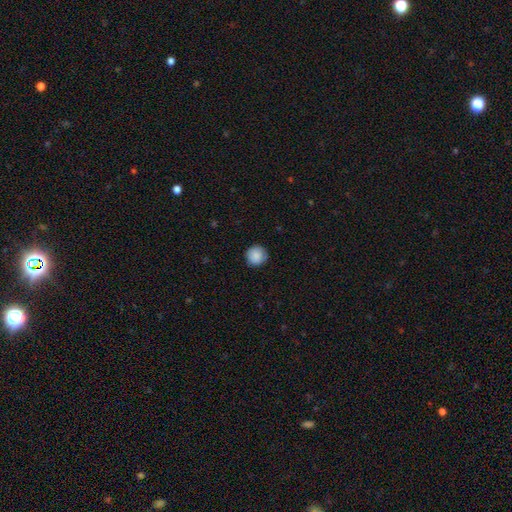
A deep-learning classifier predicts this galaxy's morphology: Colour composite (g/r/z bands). It shows a smooth galaxy with no disk features (88%) that is round (94%). Merging: none (88%).